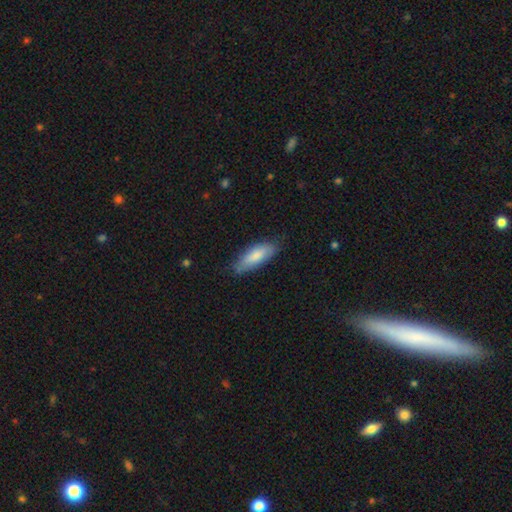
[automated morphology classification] smooth_or_featured: smooth (p=0.80) [alt: featured or disk p=0.14]
how_rounded: in between (p=0.64) [alt: cigar-shaped p=0.34]
merging: none (p=0.75) [alt: minor disturbance p=0.20]